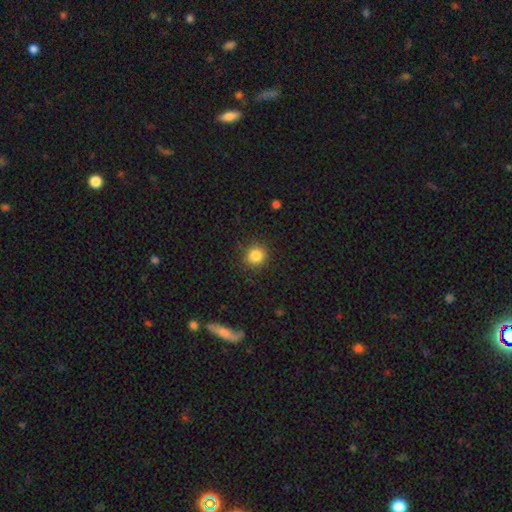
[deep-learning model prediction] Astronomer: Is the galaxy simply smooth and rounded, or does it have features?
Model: smooth — 85%.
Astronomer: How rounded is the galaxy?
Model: round — 91%.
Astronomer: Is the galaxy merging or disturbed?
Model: none — 90%.